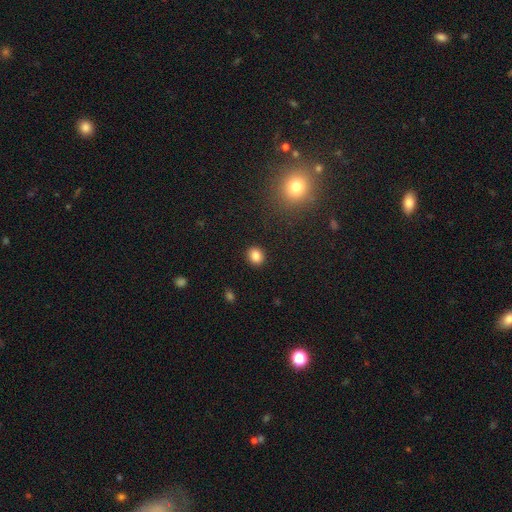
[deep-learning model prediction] A smooth galaxy with no disk features (84%) that is round (66%).

Vote fractions:
- Smooth or featured? smooth: 84% / star or artifact: 10% / featured or disk: 5%
- How rounded? round: 66% / in between: 33% / cigar-shaped: 1%
- Merging? none: 90% / minor disturbance: 6% / major disturbance: 2% / merger: 1%